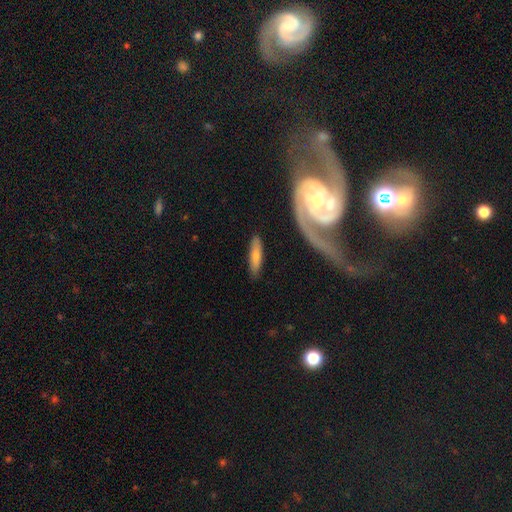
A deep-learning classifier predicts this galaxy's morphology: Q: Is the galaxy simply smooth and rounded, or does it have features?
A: smooth — 70%.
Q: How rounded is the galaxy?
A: cigar-shaped — 71%.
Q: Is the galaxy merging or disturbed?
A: none — 82%.